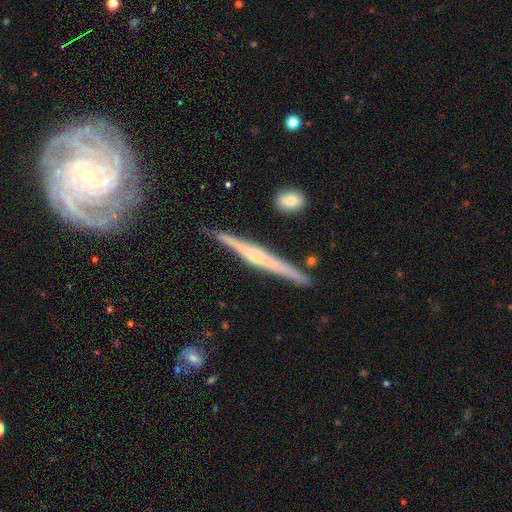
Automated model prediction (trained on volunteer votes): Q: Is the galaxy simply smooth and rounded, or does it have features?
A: featured or disk — 74%.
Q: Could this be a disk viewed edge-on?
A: yes — 97%.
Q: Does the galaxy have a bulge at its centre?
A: rounded — 53%.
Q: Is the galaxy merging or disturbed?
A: none — 86%.